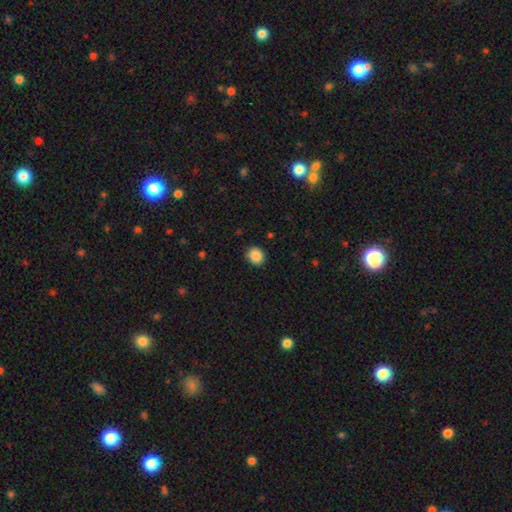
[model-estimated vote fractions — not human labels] This is clearly a smooth galaxy (87%). How rounded: likely round (73%). Merging: clearly none (88%).